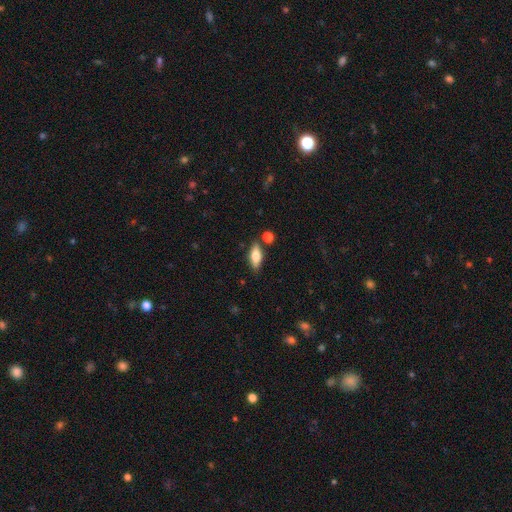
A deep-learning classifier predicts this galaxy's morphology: type=smooth (71%); roundness=in between (74%); merging=none (80%).